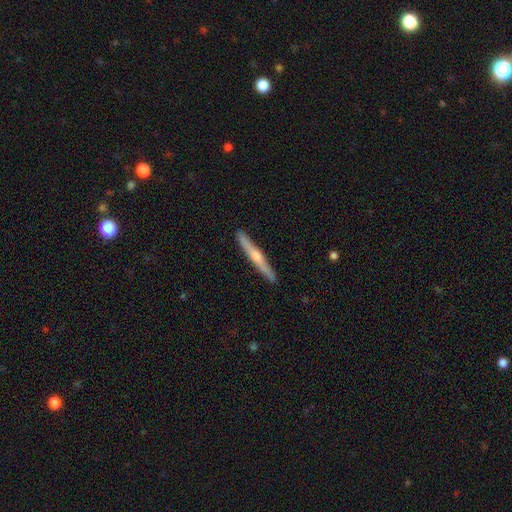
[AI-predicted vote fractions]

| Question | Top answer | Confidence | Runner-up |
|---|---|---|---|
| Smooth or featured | featured or disk | 60% | smooth (35%) |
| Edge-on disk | yes | 97% | no (3%) |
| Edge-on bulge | rounded | 75% | none (19%) |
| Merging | none | 92% | minor disturbance (6%) |